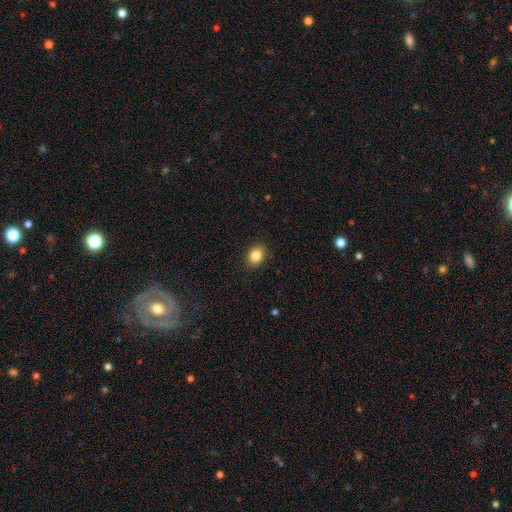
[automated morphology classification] Smooth or featured? Predicted: smooth (p=0.85). How rounded? Predicted: in between (p=0.60). Merging? Predicted: none (p=0.89).